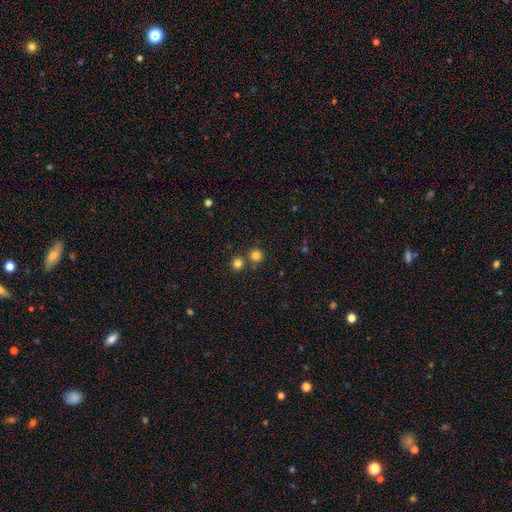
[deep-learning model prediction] Smooth or featured?
  - smooth: 81% *
  - star or artifact: 14%
  - featured or disk: 5%
How rounded?
  - round: 93% *
  - in between: 6%
  - cigar-shaped: 1%
Merging?
  - none: 72% *
  - merger: 20%
  - minor disturbance: 6%
  - major disturbance: 2%